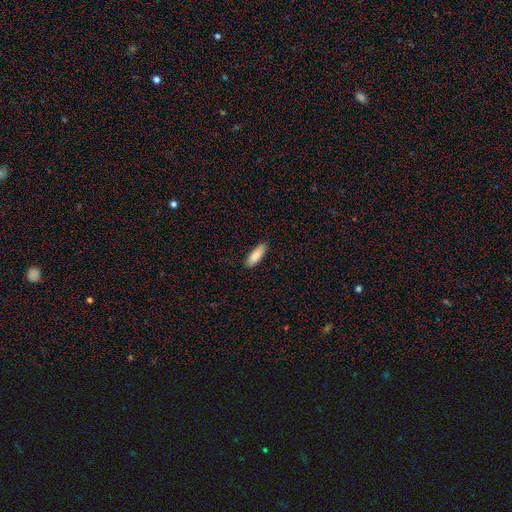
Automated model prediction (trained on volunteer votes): Q: Smooth or featured?
A: smooth (88%); runner-up: featured or disk (6%)
Q: How rounded?
A: in between (64%); runner-up: cigar-shaped (35%)
Q: Merging?
A: none (86%); runner-up: minor disturbance (11%)